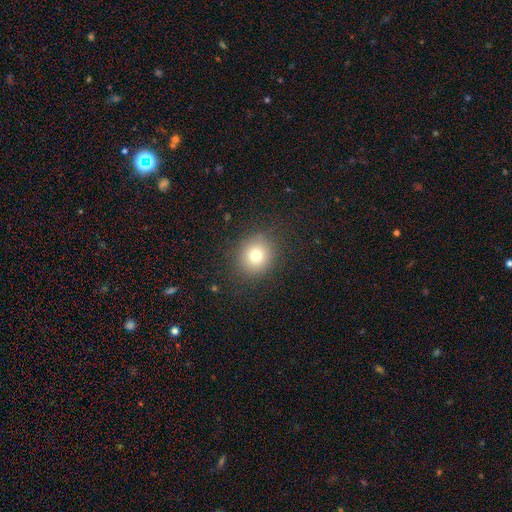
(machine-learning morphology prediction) This is likely a smooth galaxy (75%). How rounded: clearly round (81%). Merging: clearly none (87%).